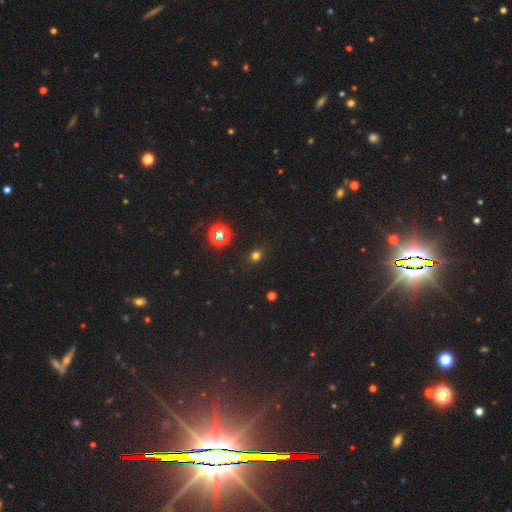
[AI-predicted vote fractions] smooth_or_featured: smooth (p=0.68) [alt: star or artifact p=0.27]
how_rounded: round (p=0.74) [alt: in between p=0.24]
merging: none (p=0.87) [alt: minor disturbance p=0.09]